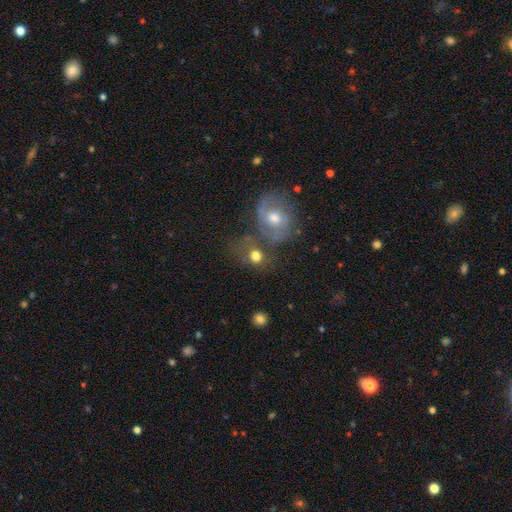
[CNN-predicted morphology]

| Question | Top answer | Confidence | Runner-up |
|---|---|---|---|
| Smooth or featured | smooth | 66% | featured or disk (22%) |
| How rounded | round | 66% | in between (32%) |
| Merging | none | 49% | merger (26%) |